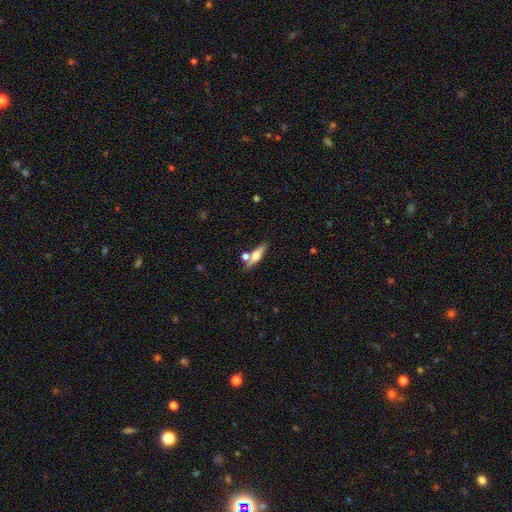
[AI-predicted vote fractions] This is possibly a smooth galaxy (48%). Merging: likely none (68%).